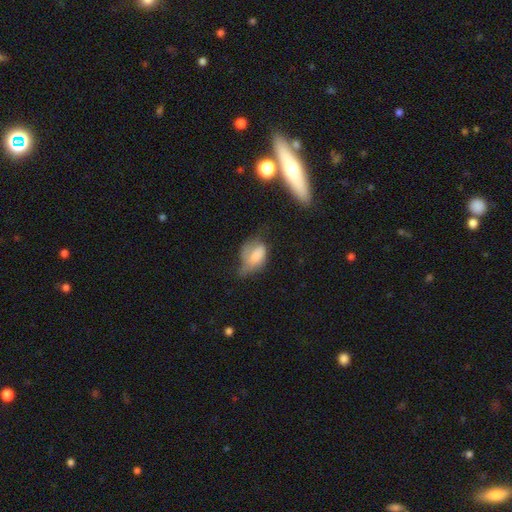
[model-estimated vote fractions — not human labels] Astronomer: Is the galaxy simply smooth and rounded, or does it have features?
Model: smooth — 66%.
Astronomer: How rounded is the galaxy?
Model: in between — 85%.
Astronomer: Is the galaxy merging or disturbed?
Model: major disturbance — 41% (runner-up: minor disturbance, 34%).